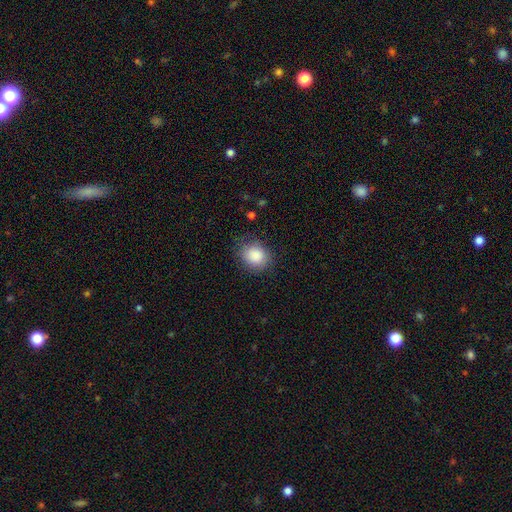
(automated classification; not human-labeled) The model was most divided on "how rounded": round: 72%, in between: 27%, cigar-shaped: 1%. More confident: smooth or featured — smooth (87%); merging — none (80%).